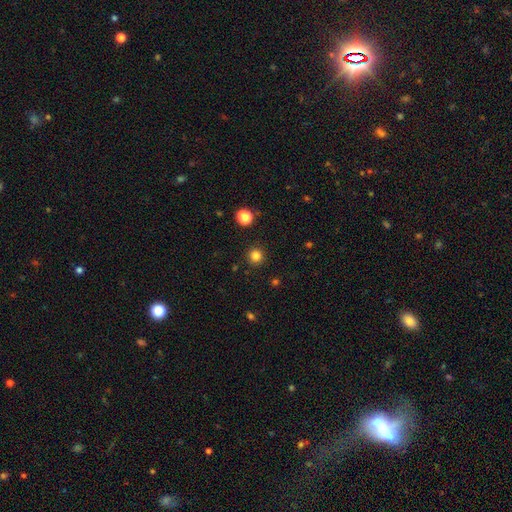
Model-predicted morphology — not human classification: Overall: smooth (82%). How rounded: round (94%). Merging: none (91%).